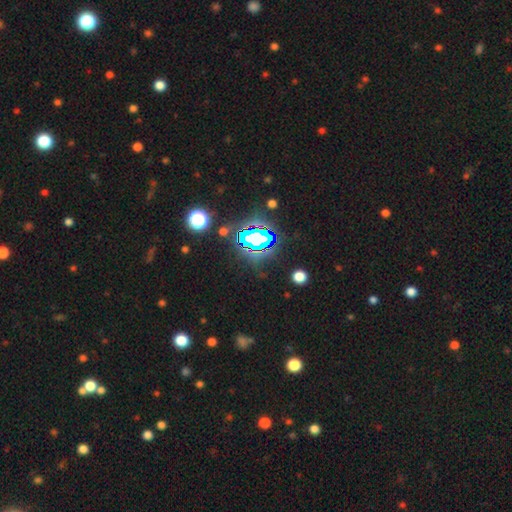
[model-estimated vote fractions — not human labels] Overall: star or artifact (76%).